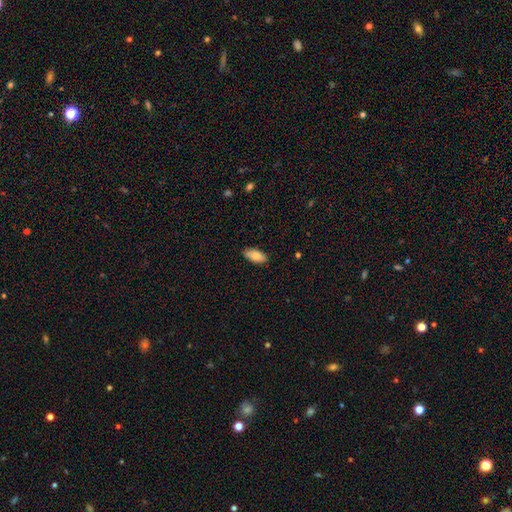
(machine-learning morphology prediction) smooth_or_featured: smooth (p=0.83) [alt: featured or disk p=0.11]
how_rounded: in between (p=0.90) [alt: cigar-shaped p=0.07]
merging: none (p=0.86) [alt: minor disturbance p=0.11]